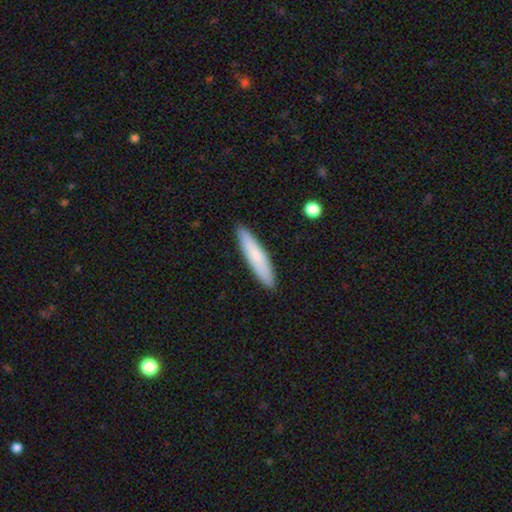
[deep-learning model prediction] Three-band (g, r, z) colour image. It shows a smooth galaxy with no disk features (76%) that is cigar-shaped (86%). Merging: none (91%).